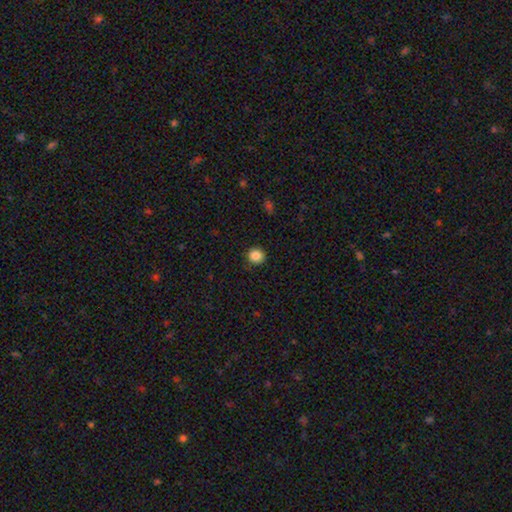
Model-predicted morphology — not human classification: The model was most divided on "smooth or featured": smooth: 85%, star or artifact: 11%, featured or disk: 4%. More confident: how rounded — round (91%); merging — none (91%).